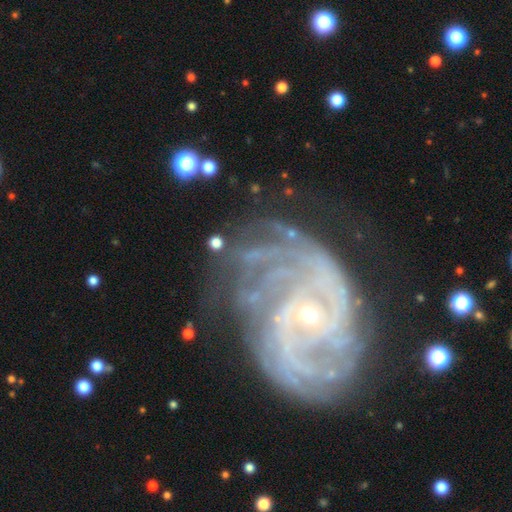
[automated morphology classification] smooth-or-featured: featured or disk: 89% | star or artifact: 6% | smooth: 4%
  disk-edge-on: no: 97% | yes: 3%
    bar: no: 62% | weak: 28% | strong: 10%
    has-spiral-arms: yes: 97% | no: 3%
      spiral-winding: tight: 62% | medium: 31% | loose: 7%
      spiral-arm-count: can't tell: 25% | 4: 19% | 2: 19% | 3: 16% | more than 4: 14% | 1: 8%
    bulge-size: small: 80% | moderate: 16% | none: 1% | large: 1% | dominant: 1%
  merging: none: 63% | minor disturbance: 22% | major disturbance: 13% | merger: 2%